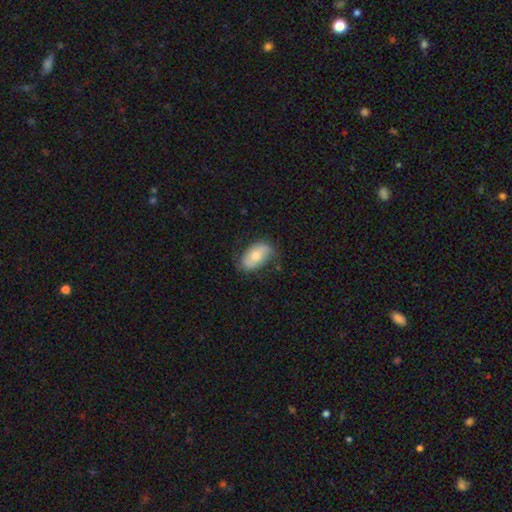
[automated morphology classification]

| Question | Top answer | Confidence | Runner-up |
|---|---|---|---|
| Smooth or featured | smooth | 55% | featured or disk (38%) |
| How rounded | in between | 91% | round (7%) |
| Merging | none | 71% | minor disturbance (22%) |